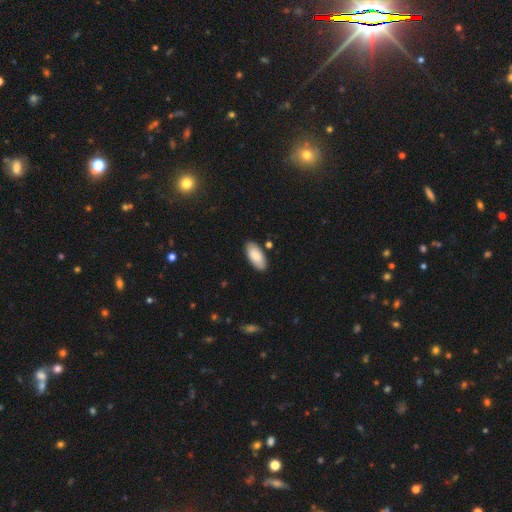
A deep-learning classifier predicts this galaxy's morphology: smooth 84%, featured or disk 10%, star or artifact 6%. Down the decision tree: how rounded — in between (90%); merging — none (85%).